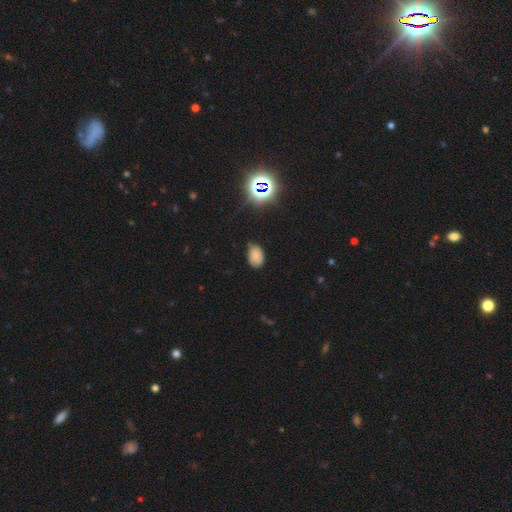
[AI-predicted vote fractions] This appears to be a smooth galaxy with no disk features (75%) that is in between round and cigar-shaped (84%). Merging: none (68%).